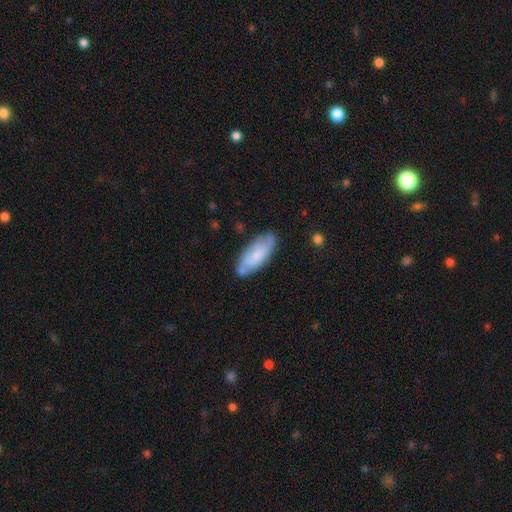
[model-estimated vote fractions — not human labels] This appears to be a smooth galaxy with no disk features (68%) that is in between round and cigar-shaped (74%). Merging: none (72%).